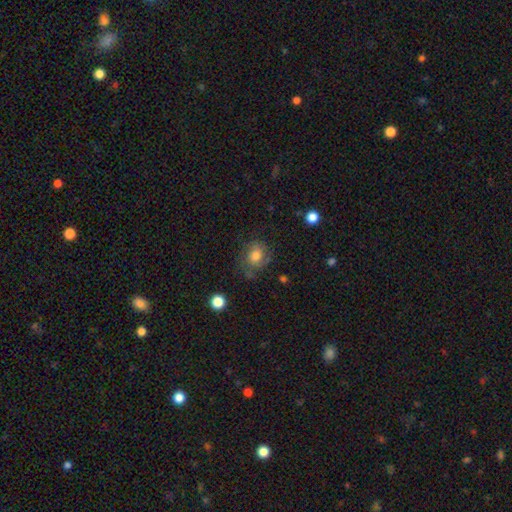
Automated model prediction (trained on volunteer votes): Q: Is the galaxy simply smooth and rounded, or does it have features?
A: smooth — 59%.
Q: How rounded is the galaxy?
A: round — 63%.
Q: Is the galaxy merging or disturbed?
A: none — 62%.